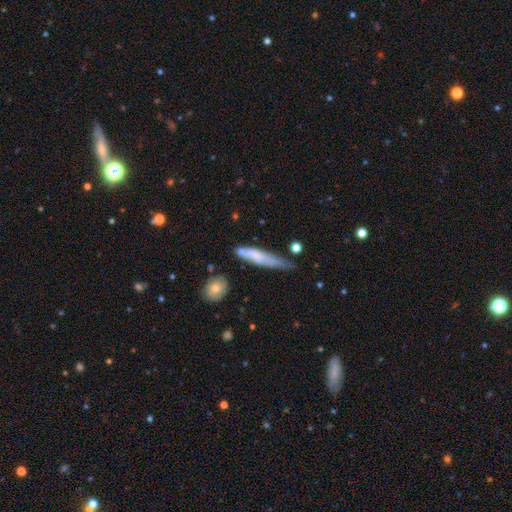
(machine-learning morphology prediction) Overall: smooth (63%; featured or disk 29%). How rounded: cigar-shaped (84%). Merging: none (42%; minor disturbance 38%).